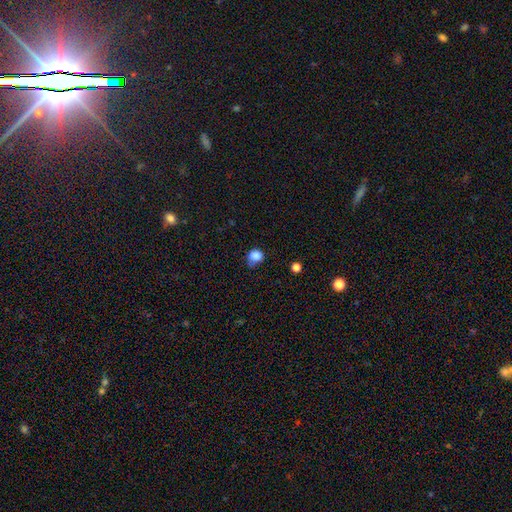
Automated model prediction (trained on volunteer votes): smooth 84%, star or artifact 11%, featured or disk 5%. Down the decision tree: how rounded — round (69%); merging — none (52%).